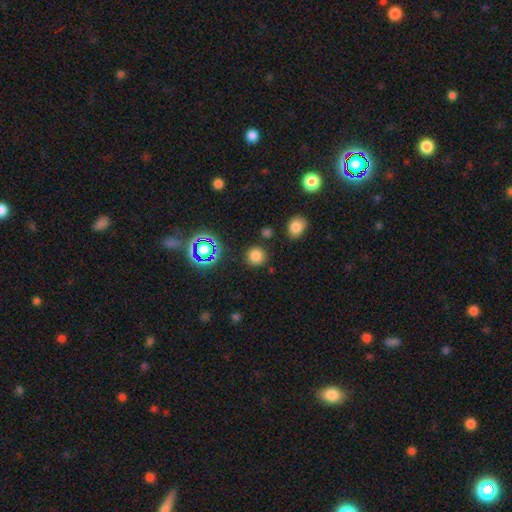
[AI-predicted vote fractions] Smooth or featured? smooth (77%)
How rounded? round (92%)
Merging? none (86%)